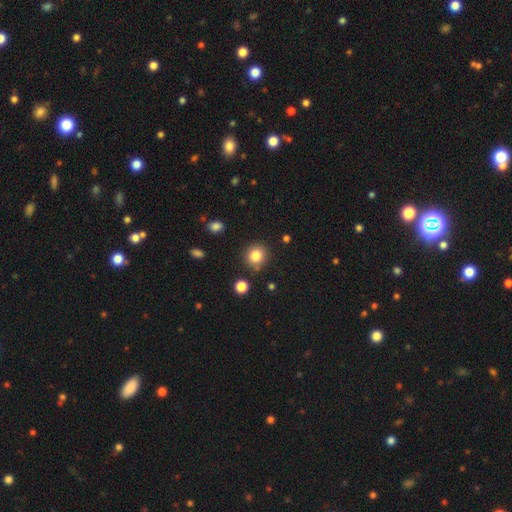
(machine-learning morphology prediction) Q: Smooth or featured?
A: smooth (83%); runner-up: star or artifact (11%)
Q: How rounded?
A: round (87%); runner-up: in between (12%)
Q: Merging?
A: none (83%); runner-up: minor disturbance (9%)